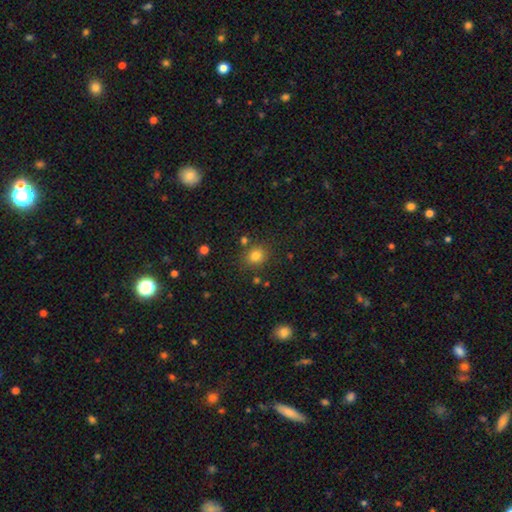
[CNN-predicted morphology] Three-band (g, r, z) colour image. It shows a smooth galaxy with no disk features (80%) that is round (75%). Merging: none (80%).